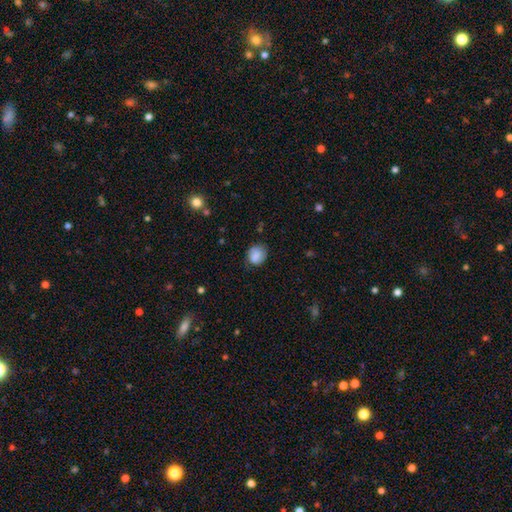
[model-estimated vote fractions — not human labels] Smooth or featured: smooth — 81% (featured or disk — 10%)
How rounded: round — 71% (in between — 28%)
Merging: none — 71% (minor disturbance — 22%)